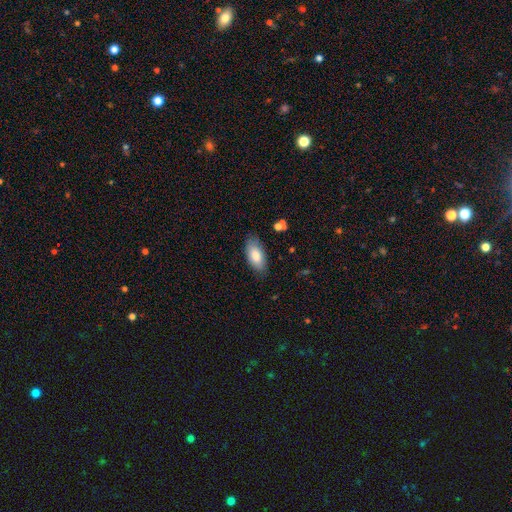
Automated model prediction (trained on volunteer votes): Q: Smooth or featured?
A: smooth (83%); runner-up: featured or disk (11%)
Q: How rounded?
A: in between (91%); runner-up: cigar-shaped (7%)
Q: Merging?
A: none (80%); runner-up: minor disturbance (15%)